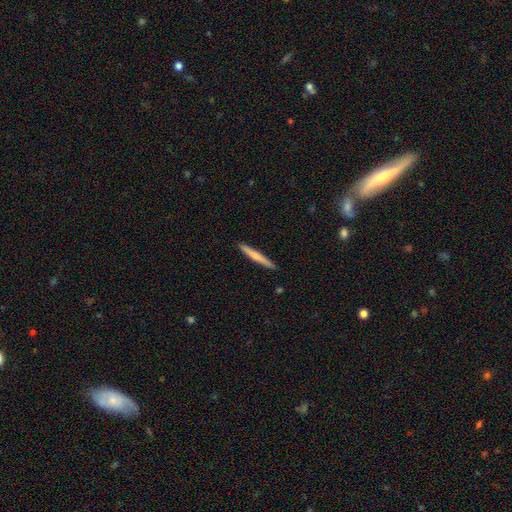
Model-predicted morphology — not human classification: Overall: smooth (59%; featured or disk 36%). How rounded: cigar-shaped (96%). Merging: none (91%).